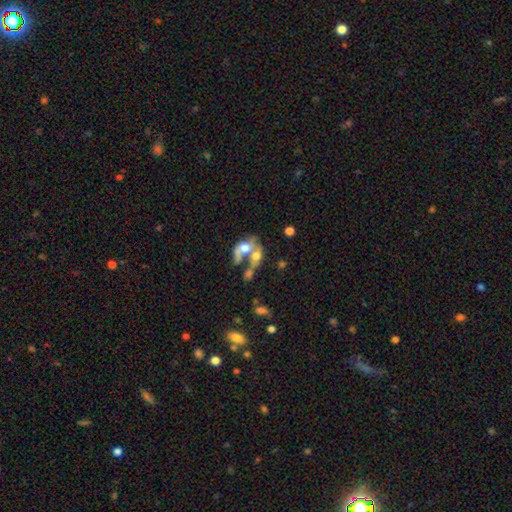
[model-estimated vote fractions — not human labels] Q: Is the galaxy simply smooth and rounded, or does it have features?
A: smooth — 45%.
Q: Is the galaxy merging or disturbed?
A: merger — 66%.